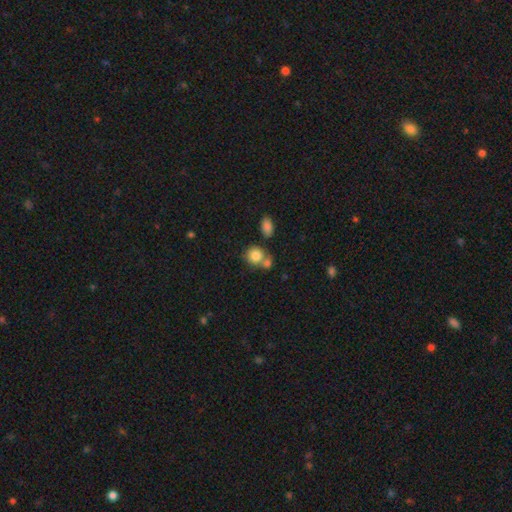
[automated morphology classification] Q: Smooth or featured?
A: smooth (83%); runner-up: star or artifact (9%)
Q: How rounded?
A: round (79%); runner-up: in between (20%)
Q: Merging?
A: none (49%); runner-up: merger (37%)